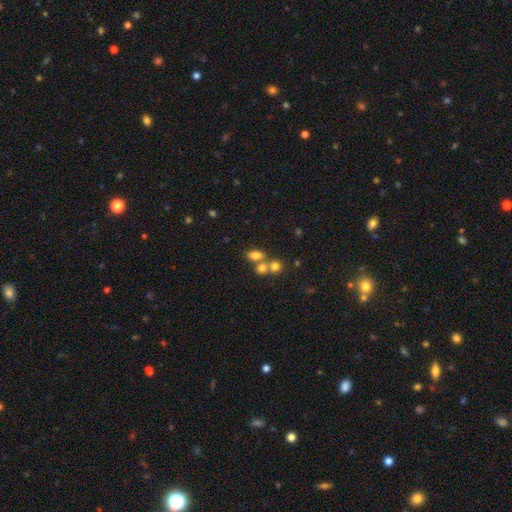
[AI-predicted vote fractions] smooth-or-featured: smooth: 74% | star or artifact: 14% | featured or disk: 12%
  how-rounded: in between: 75% | round: 23% | cigar-shaped: 2%
  merging: merger: 43% (tied) | none: 43% (tied) | minor disturbance: 10% | major disturbance: 5%